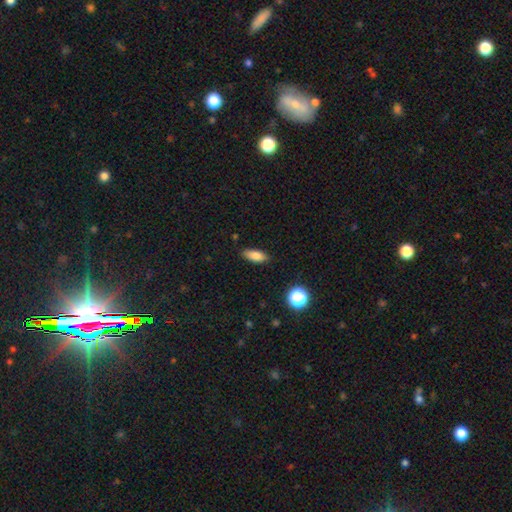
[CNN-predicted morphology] Q: Smooth or featured?
A: smooth (82%); runner-up: star or artifact (9%)
Q: How rounded?
A: in between (77%); runner-up: cigar-shaped (19%)
Q: Merging?
A: none (84%); runner-up: minor disturbance (12%)